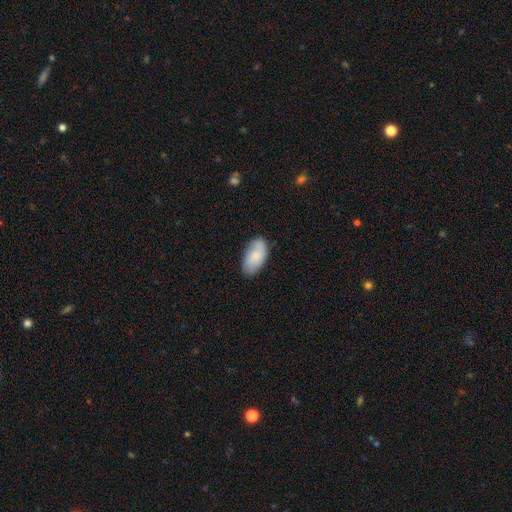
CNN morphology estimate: Smooth or featured? Predicted: smooth (p=0.76). How rounded? Predicted: in between (p=0.95). Merging? Predicted: none (p=0.74).